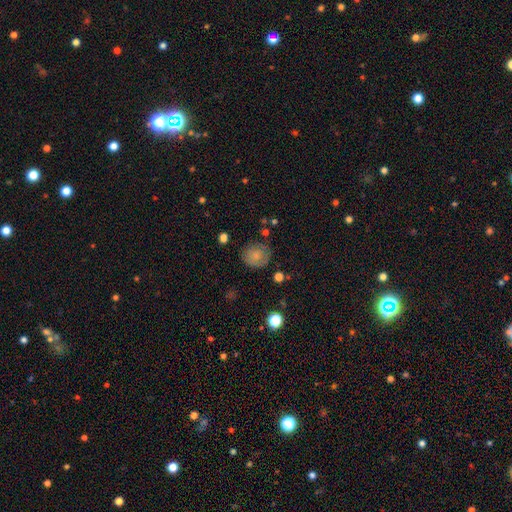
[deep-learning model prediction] This appears to be a smooth galaxy with no disk features (74%) that is round (77%). Merging: none (70%).